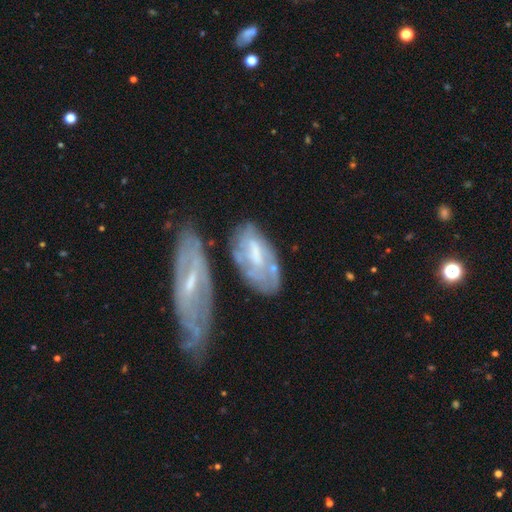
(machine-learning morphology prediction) This is possibly a featured or disk galaxy (55%). It is clearly not viewed edge-on (87%). Merging: possibly none (45%).